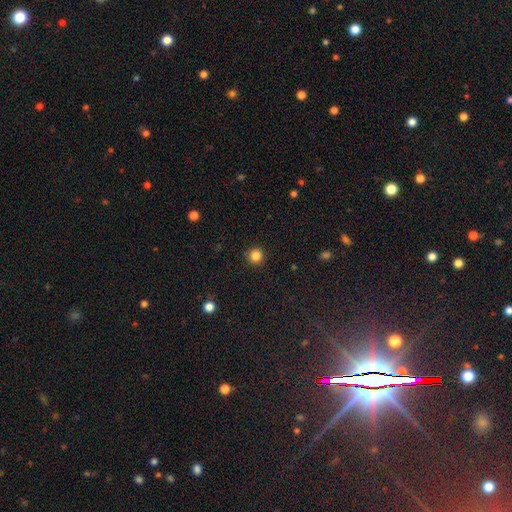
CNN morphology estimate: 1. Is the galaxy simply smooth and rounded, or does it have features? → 84% smooth, 11% star or artifact, 4% featured or disk.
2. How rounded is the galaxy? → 95% round, 4% in between, 1% cigar-shaped.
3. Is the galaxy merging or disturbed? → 92% none, 5% minor disturbance, 2% major disturbance, 1% merger.